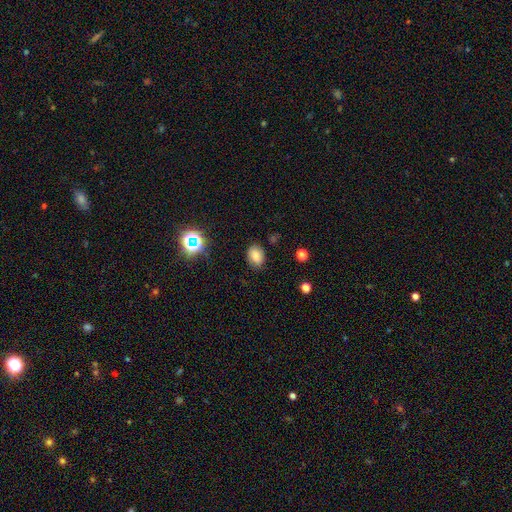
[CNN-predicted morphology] smooth_or_featured: smooth (p=0.76) [alt: star or artifact p=0.15]
how_rounded: in between (p=0.68) [alt: round p=0.31]
merging: none (p=0.84) [alt: minor disturbance p=0.12]